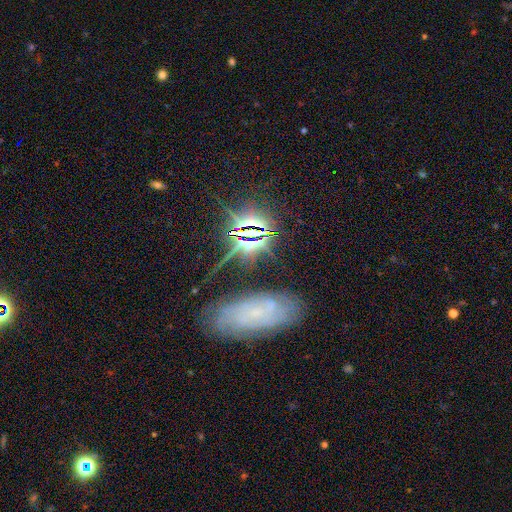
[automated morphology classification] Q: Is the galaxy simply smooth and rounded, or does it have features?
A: star or artifact — 39%.